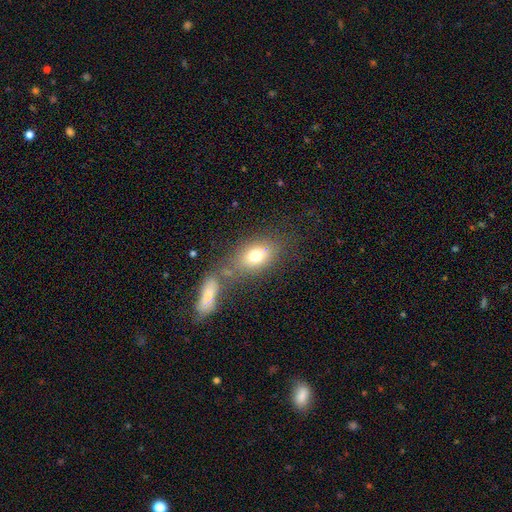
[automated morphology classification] A smooth galaxy with no disk features (74%) that is in between round and cigar-shaped (75%).

Vote fractions:
- Smooth or featured? smooth: 74% / featured or disk: 16% / star or artifact: 10%
- How rounded? in between: 75% / round: 21% / cigar-shaped: 4%
- Merging? none: 58% / merger: 21% / minor disturbance: 14% / major disturbance: 7%